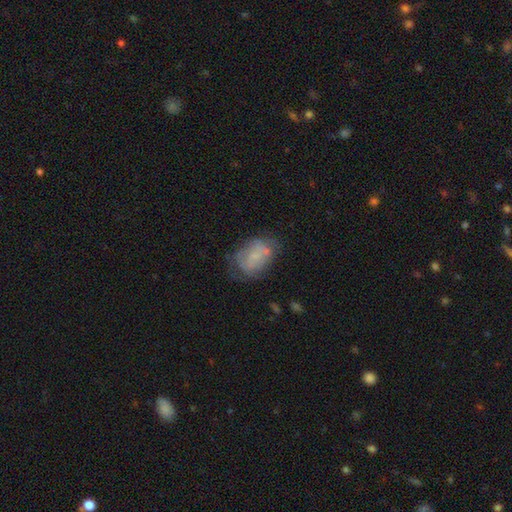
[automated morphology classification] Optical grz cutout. It shows a smooth galaxy with no disk features (51%) that is in between round and cigar-shaped (80%). Merging: none (47%).